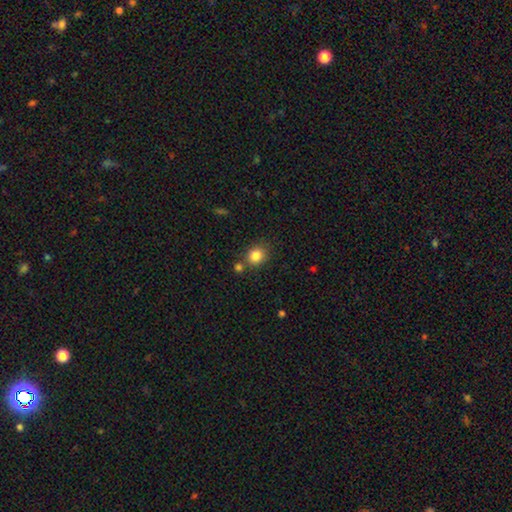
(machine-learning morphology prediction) This appears to be a smooth galaxy with no disk features (85%) that is round (70%). Merging: none (73%).